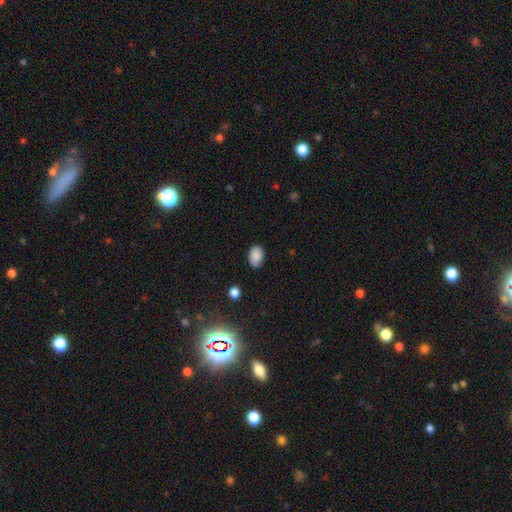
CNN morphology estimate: Overall: smooth (88%). How rounded: in between (86%). Merging: none (81%).